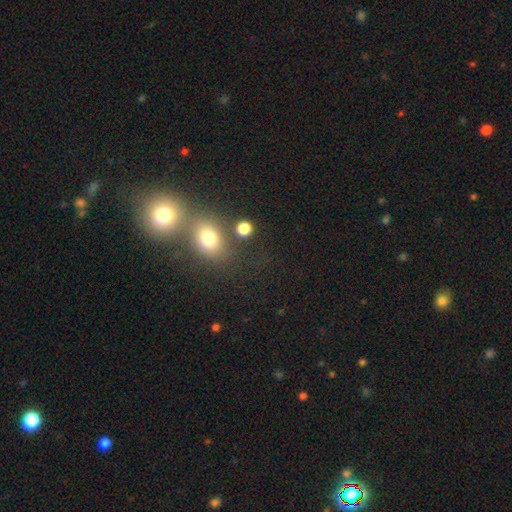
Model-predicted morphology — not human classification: Overall: smooth (54%; star or artifact 34%). How rounded: round (74%). Merging: merger (46%; none 42%).